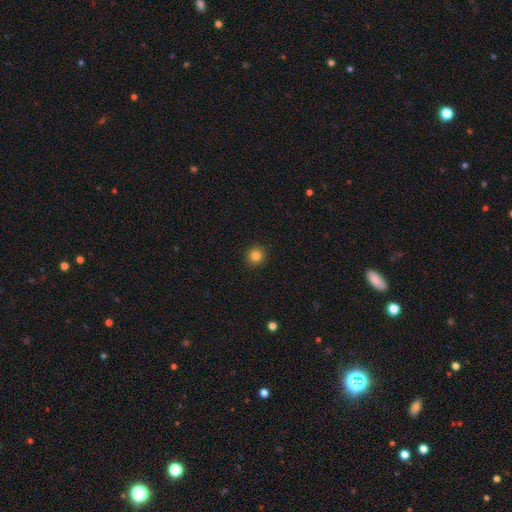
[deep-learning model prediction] smooth_or_featured: smooth (p=0.83) [alt: star or artifact p=0.12]
how_rounded: round (p=0.94) [alt: in between p=0.05]
merging: none (p=0.93) [alt: minor disturbance p=0.05]